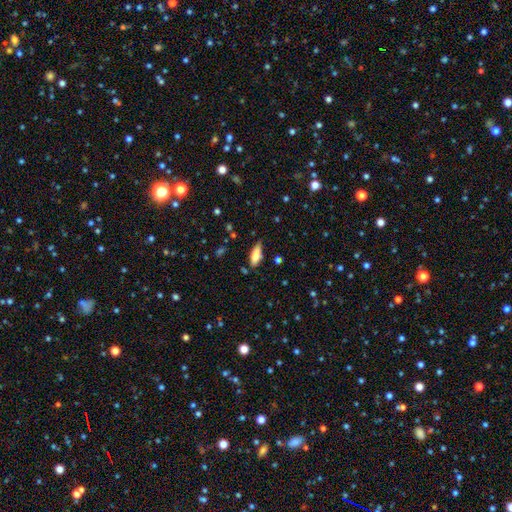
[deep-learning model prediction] smooth-or-featured: smooth: 79% | featured or disk: 13% | star or artifact: 7%
  how-rounded: in between: 67% | cigar-shaped: 31% | round: 2%
  merging: none: 67% | minor disturbance: 25% | major disturbance: 5% | merger: 3%